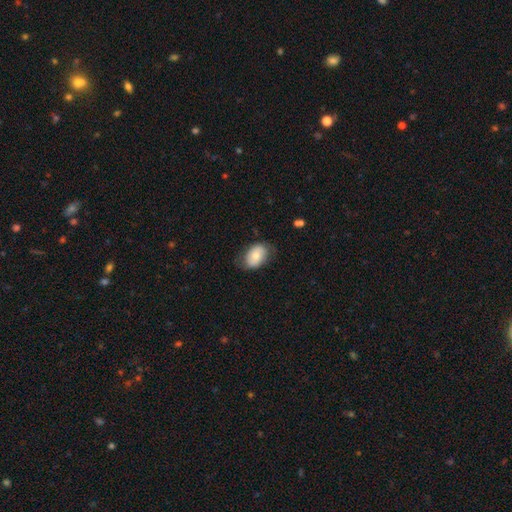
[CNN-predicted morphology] This is likely a smooth galaxy (69%). How rounded: clearly in between (84%). Merging: likely none (68%).